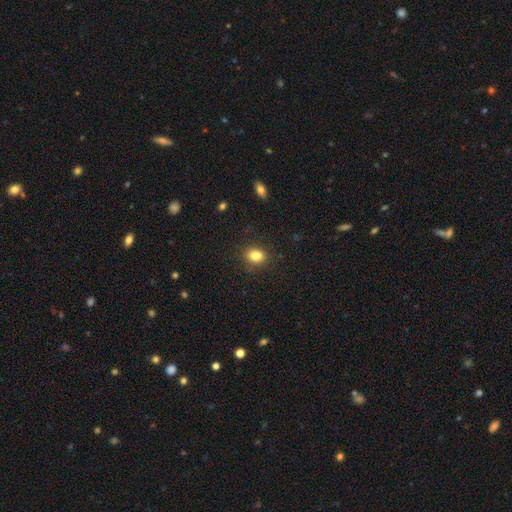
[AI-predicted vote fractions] Q: Smooth or featured?
A: smooth (84%); runner-up: star or artifact (10%)
Q: How rounded?
A: in between (66%); runner-up: round (33%)
Q: Merging?
A: none (85%); runner-up: minor disturbance (11%)